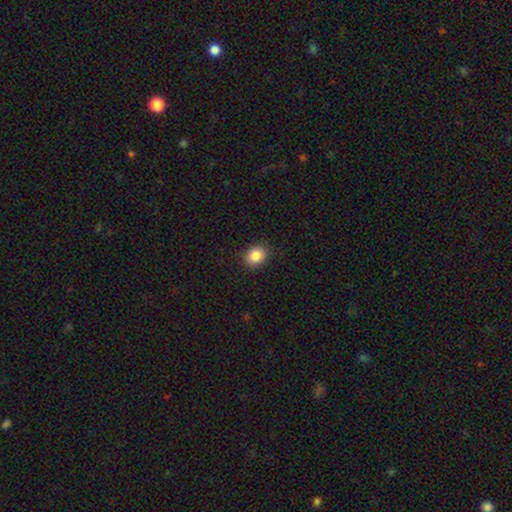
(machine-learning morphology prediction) smooth-or-featured: smooth: 85% | star or artifact: 9% | featured or disk: 5%
  how-rounded: round: 61% | in between: 38% | cigar-shaped: 1%
  merging: none: 87% | minor disturbance: 9% | major disturbance: 3% | merger: 1%